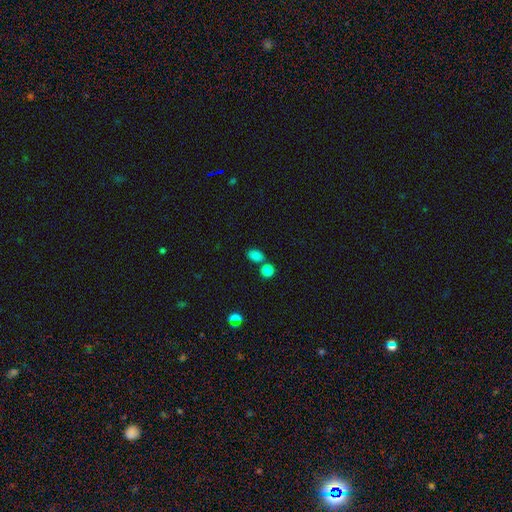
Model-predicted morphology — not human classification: This is clearly a smooth galaxy (81%). How rounded: likely in between (75%). Merging: likely none (65%).